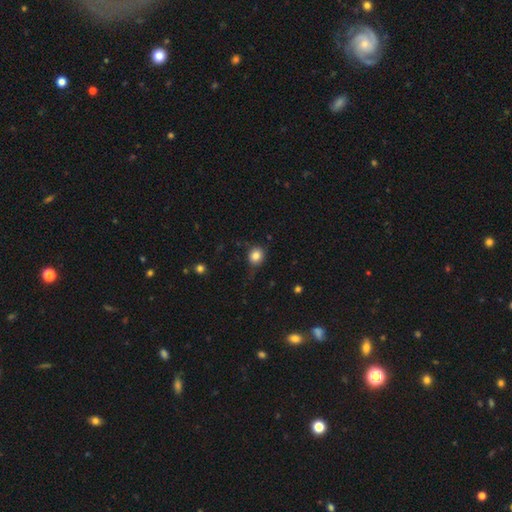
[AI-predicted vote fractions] A smooth galaxy with no disk features (82%) that is round (77%). Merging: none (73%).